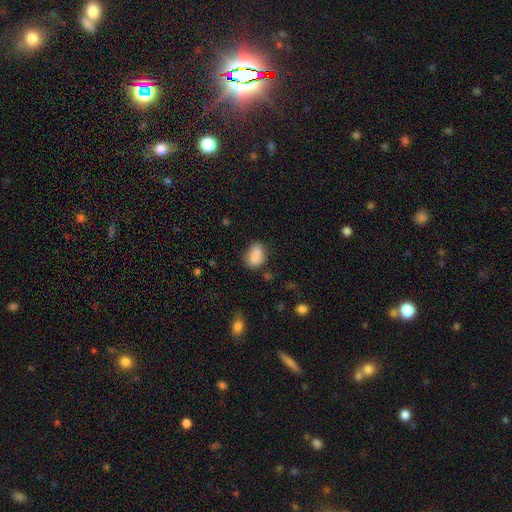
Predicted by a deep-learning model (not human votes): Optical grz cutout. It shows a smooth galaxy with no disk features (86%) that is in between round and cigar-shaped (83%). Merging: none (66%).